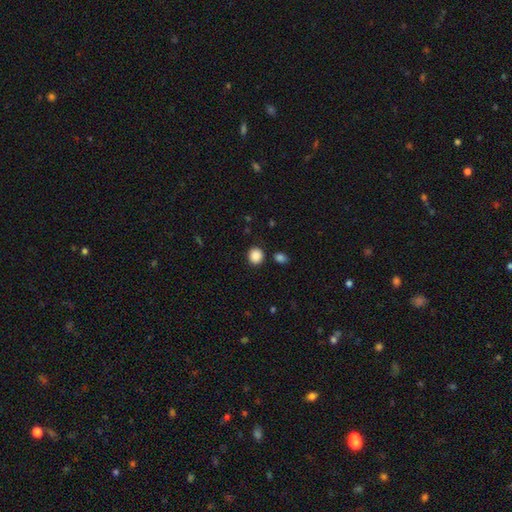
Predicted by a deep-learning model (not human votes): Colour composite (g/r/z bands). It shows a smooth galaxy with no disk features (88%) that is round (82%). Merging: none (86%).